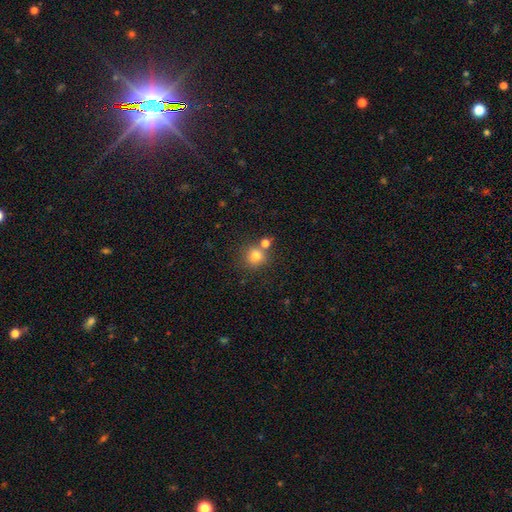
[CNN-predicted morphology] smooth_or_featured: smooth (p=0.78) [alt: star or artifact p=0.13]
how_rounded: round (p=0.88) [alt: in between p=0.11]
merging: none (p=0.65) [alt: merger p=0.23]